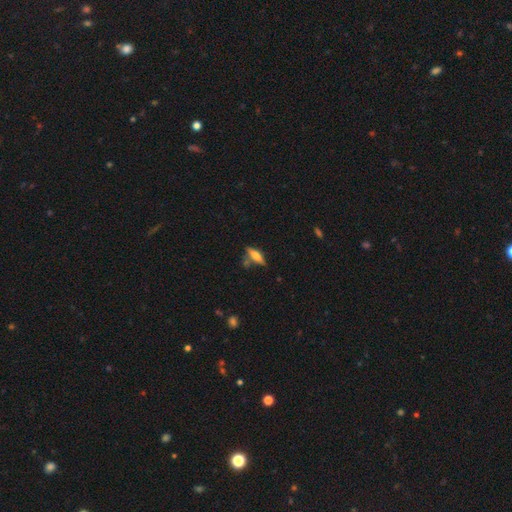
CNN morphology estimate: Smooth or featured? Predicted: smooth (p=0.48). Merging? Predicted: none (p=0.67).